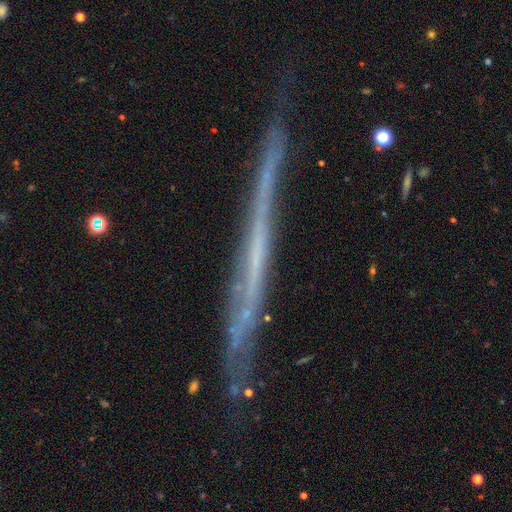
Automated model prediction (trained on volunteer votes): This is likely a featured or disk galaxy (66%). It is clearly viewed edge-on (94%). Edge-on bulge: clearly none (91%). Merging: likely none (80%).